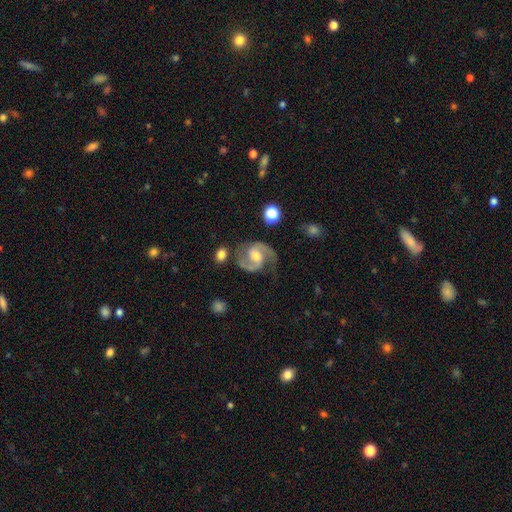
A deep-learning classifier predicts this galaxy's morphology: Smooth or featured: featured or disk — 90% (smooth — 5%)
Edge-on disk: no — 98% (yes — 2%)
Bar: weak — 49% (no — 32%)
Spiral arms: yes — 98% (no — 2%)
Spiral winding: medium — 62% (loose — 20%)
Spiral arm count: 2 — 93% (can't tell — 2%)
Bulge size: moderate — 61% (small — 27%)
Merging: none — 72% (minor disturbance — 17%)